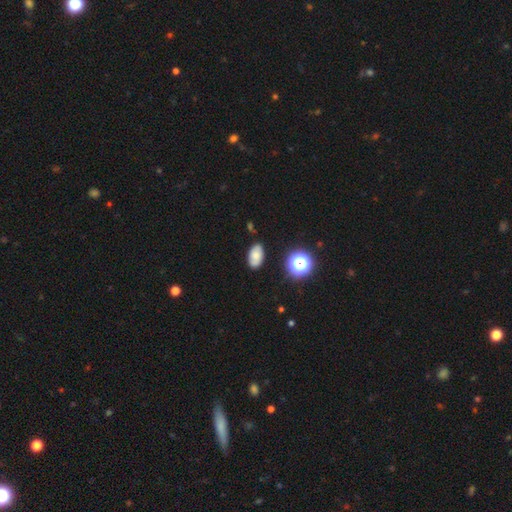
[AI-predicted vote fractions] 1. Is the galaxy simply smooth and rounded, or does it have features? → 73% smooth, 15% featured or disk, 13% star or artifact.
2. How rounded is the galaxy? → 91% in between, 7% round, 2% cigar-shaped.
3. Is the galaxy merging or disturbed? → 82% none, 13% minor disturbance, 3% major disturbance, 2% merger.